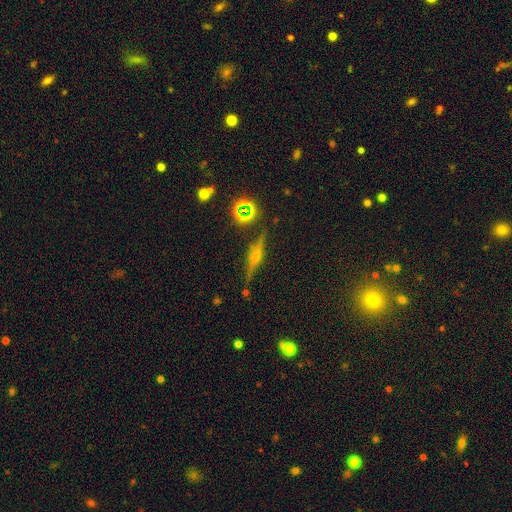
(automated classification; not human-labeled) Q: Smooth or featured?
A: featured or disk (62%); runner-up: smooth (20%)
Q: Edge-on disk?
A: yes (93%); runner-up: no (7%)
Q: Edge-on bulge?
A: rounded (72%); runner-up: boxy (19%)
Q: Merging?
A: none (82%); runner-up: minor disturbance (11%)